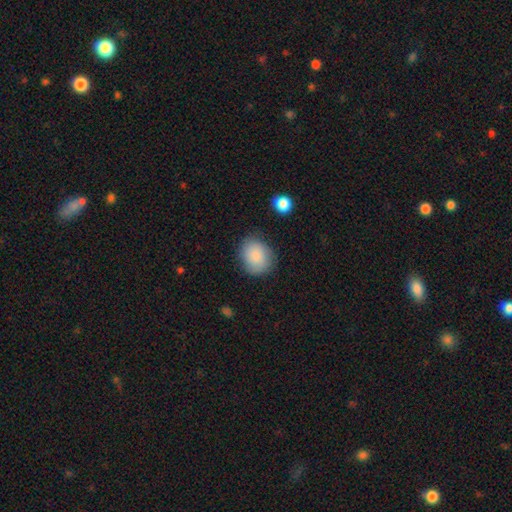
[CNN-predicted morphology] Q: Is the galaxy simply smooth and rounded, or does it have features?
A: smooth — 85%.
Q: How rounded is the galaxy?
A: round — 61%.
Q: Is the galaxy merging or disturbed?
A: none — 77%.